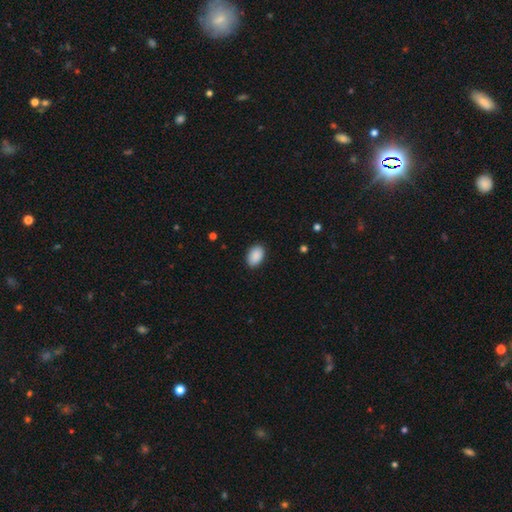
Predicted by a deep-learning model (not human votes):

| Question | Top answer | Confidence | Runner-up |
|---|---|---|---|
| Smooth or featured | smooth | 90% | star or artifact (6%) |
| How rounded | in between | 88% | round (11%) |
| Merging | none | 88% | minor disturbance (9%) |